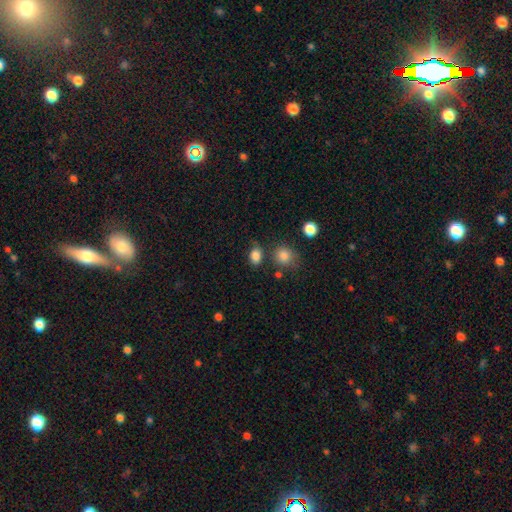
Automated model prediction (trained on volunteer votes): Smooth or featured: smooth — 85% (star or artifact — 11%)
How rounded: in between — 66% (round — 32%)
Merging: none — 71% (minor disturbance — 16%)